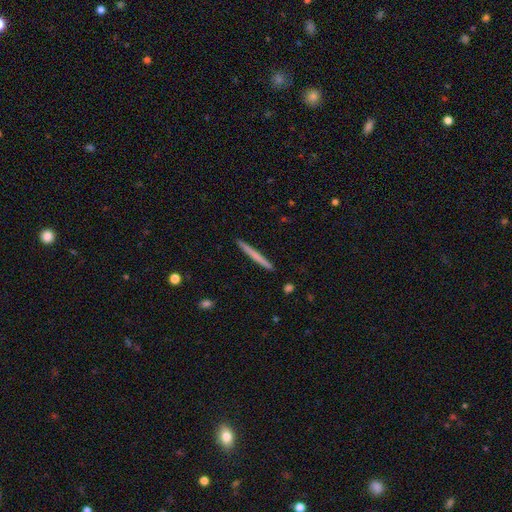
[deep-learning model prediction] Smooth or featured? Predicted: smooth (p=0.59). How rounded? Predicted: cigar-shaped (p=0.97). Merging? Predicted: none (p=0.93).